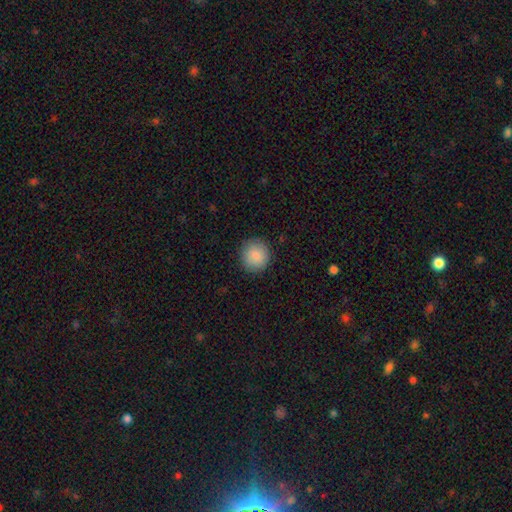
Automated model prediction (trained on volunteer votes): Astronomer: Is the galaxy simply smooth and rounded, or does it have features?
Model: smooth — 87%.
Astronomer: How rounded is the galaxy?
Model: round — 91%.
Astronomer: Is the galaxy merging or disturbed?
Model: none — 89%.